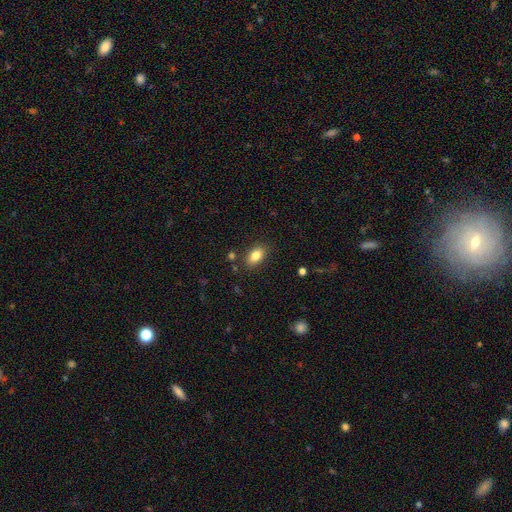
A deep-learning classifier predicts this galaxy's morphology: Smooth or featured? smooth (83%)
How rounded? in between (89%)
Merging? none (84%)